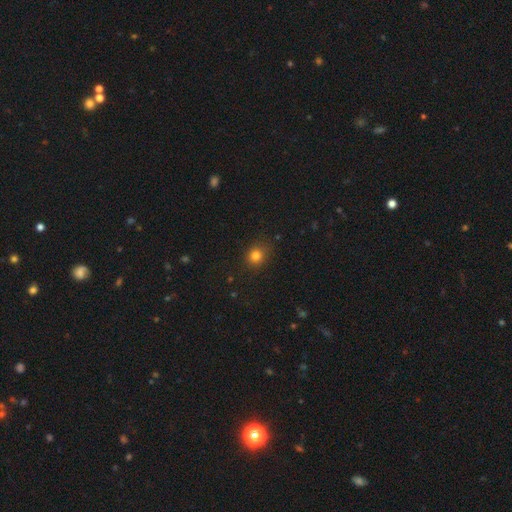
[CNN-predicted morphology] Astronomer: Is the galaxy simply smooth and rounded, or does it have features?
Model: smooth — 80%.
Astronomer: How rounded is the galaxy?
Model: round — 82%.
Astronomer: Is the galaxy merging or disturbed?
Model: none — 85%.